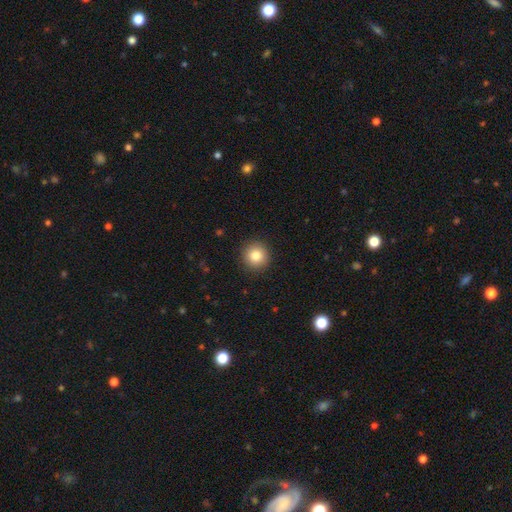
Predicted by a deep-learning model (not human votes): Smooth or featured? smooth (84%)
How rounded? round (94%)
Merging? none (92%)